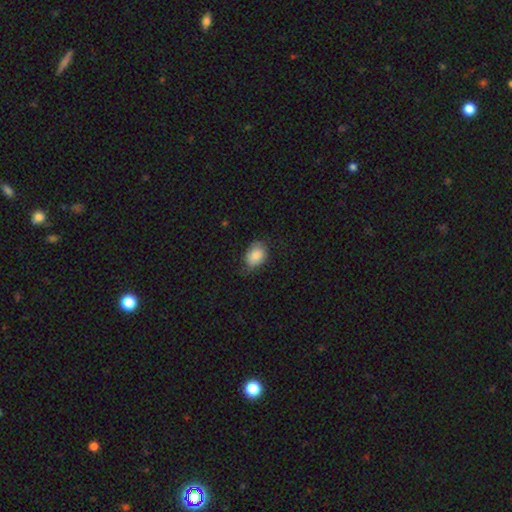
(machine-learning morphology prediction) Smooth or featured: smooth — 85% (featured or disk — 8%)
How rounded: in between — 77% (round — 22%)
Merging: none — 66% (minor disturbance — 26%)